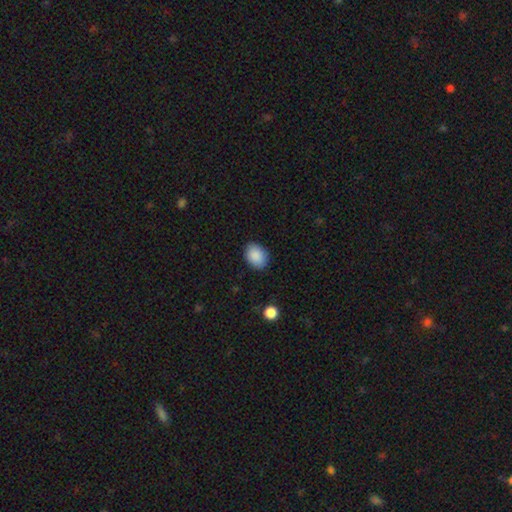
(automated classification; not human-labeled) This is clearly a smooth galaxy (89%). How rounded: likely in between (73%). Merging: clearly none (86%).